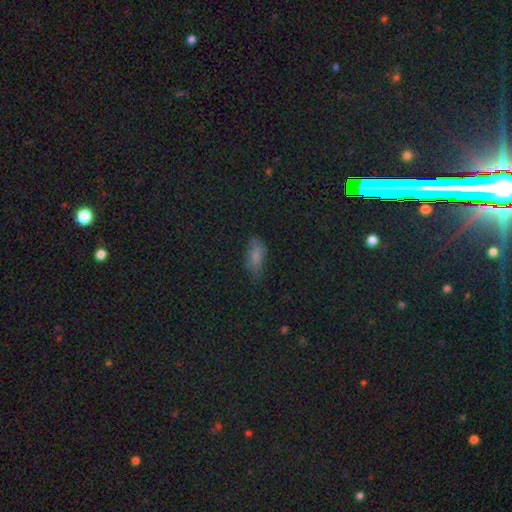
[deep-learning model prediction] A smooth galaxy with no disk features (68%) that is in between round and cigar-shaped (87%).

Vote fractions:
- Smooth or featured? smooth: 68% / star or artifact: 19% / featured or disk: 13%
- How rounded? in between: 87% / cigar-shaped: 9% / round: 4%
- Merging? none: 61% / minor disturbance: 28% / major disturbance: 9% / merger: 2%